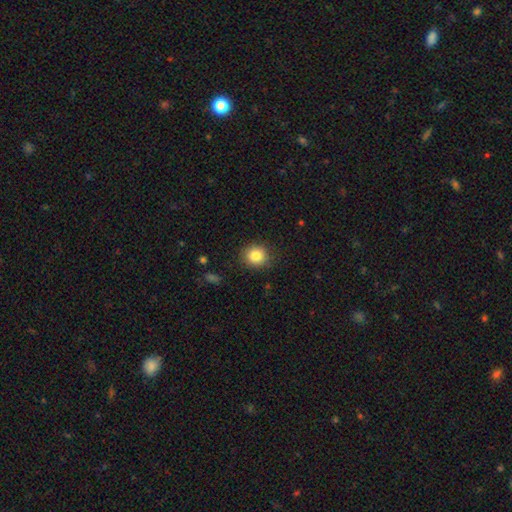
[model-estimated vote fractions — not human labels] smooth_or_featured: smooth (p=0.84) [alt: star or artifact p=0.10]
how_rounded: round (p=0.84) [alt: in between p=0.15]
merging: none (p=0.87) [alt: minor disturbance p=0.10]